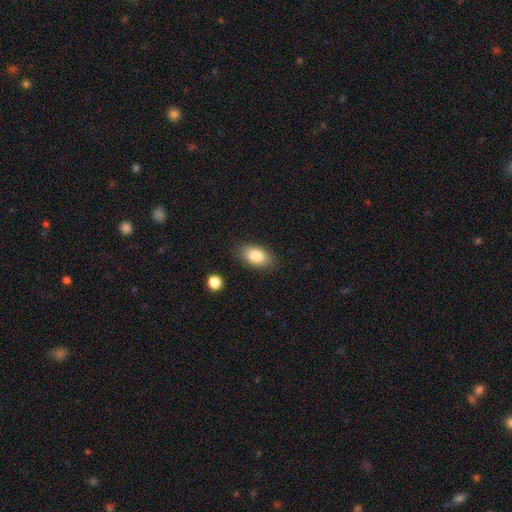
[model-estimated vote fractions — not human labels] smooth-or-featured: smooth: 85% | featured or disk: 8% | star or artifact: 7%
  how-rounded: in between: 92% | round: 6% | cigar-shaped: 3%
  merging: none: 85% | minor disturbance: 11% | major disturbance: 3% | merger: 2%